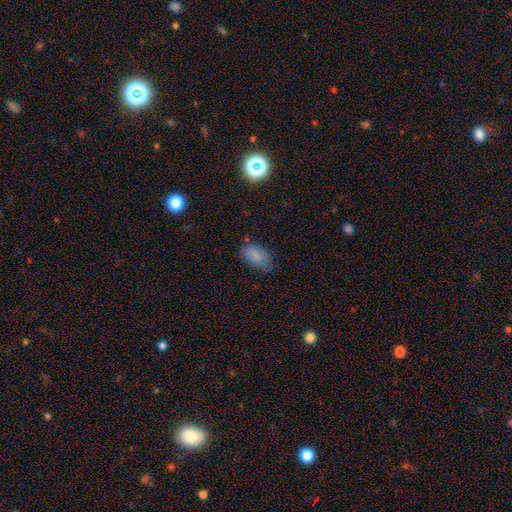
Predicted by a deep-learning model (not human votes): Smooth or featured?
  - smooth: 84% *
  - star or artifact: 8%
  - featured or disk: 8%
How rounded?
  - in between: 93% *
  - round: 4%
  - cigar-shaped: 3%
Merging?
  - none: 73% *
  - minor disturbance: 20%
  - major disturbance: 4%
  - merger: 2%